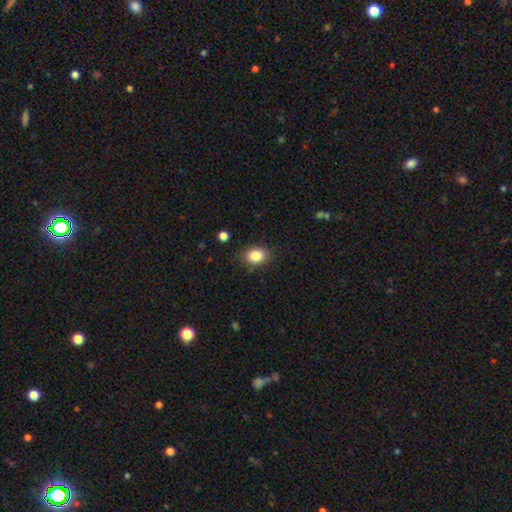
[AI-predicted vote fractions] smooth-or-featured: smooth: 87% | star or artifact: 9% | featured or disk: 4%
  how-rounded: in between: 65% | round: 34% | cigar-shaped: 1%
  merging: none: 82% | minor disturbance: 13% | major disturbance: 4% | merger: 2%